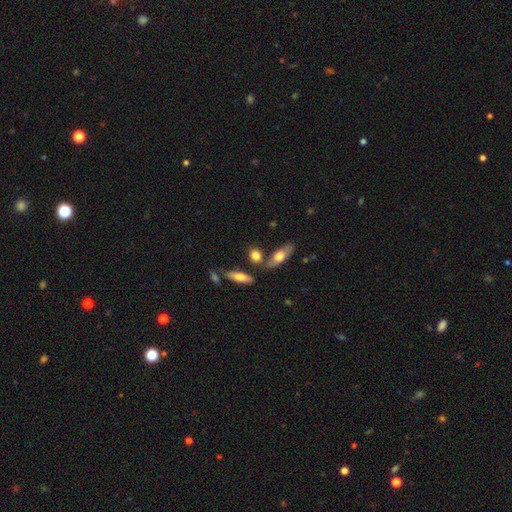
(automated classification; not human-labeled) This is likely a smooth galaxy (69%). How rounded: likely in between (62%). Merging: likely none (63%).